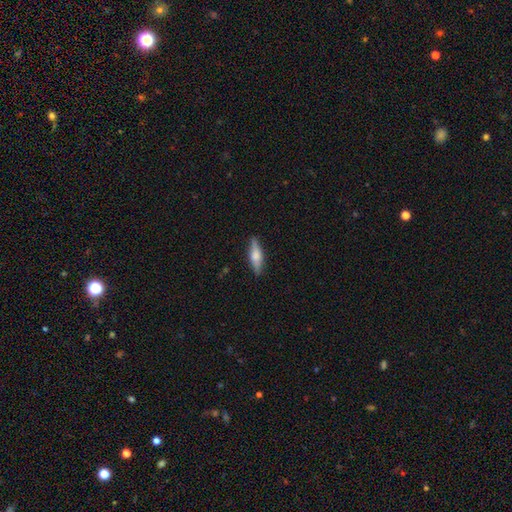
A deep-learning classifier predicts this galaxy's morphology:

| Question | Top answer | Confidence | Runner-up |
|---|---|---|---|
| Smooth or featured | smooth | 48% | featured or disk (46%) |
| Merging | none | 86% | minor disturbance (10%) |